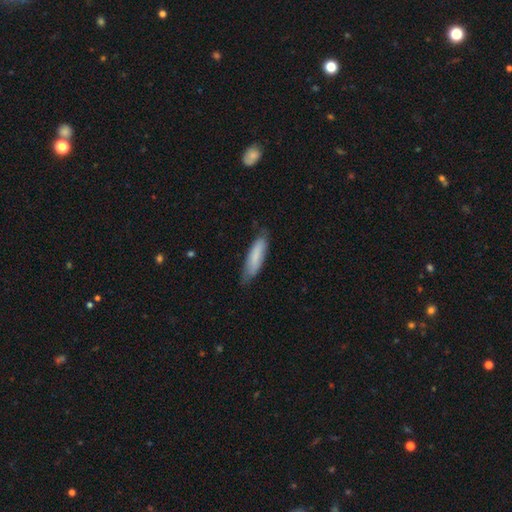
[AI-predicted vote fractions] Morphology: type=smooth (78%); roundness=cigar-shaped (64%); merging=none (72%).